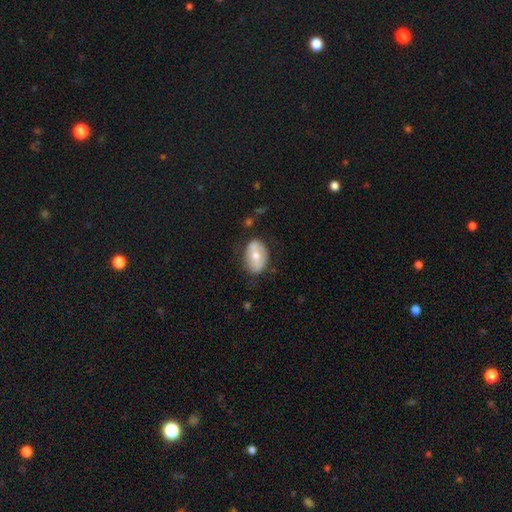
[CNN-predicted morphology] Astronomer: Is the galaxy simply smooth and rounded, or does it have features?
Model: smooth — 53% (runner-up: featured or disk, 41%).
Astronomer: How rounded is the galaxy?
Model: in between — 83%.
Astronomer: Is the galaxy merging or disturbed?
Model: none — 74%.